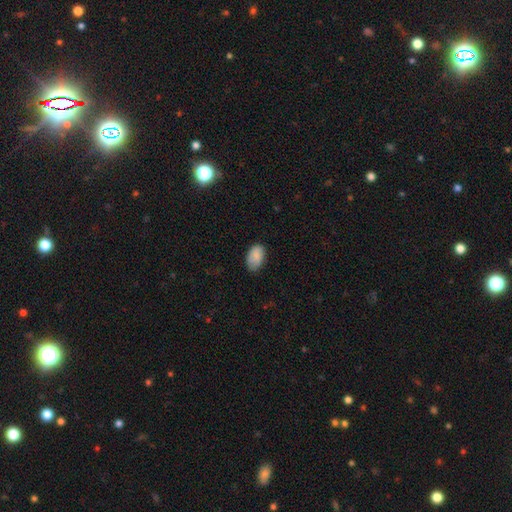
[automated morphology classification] Smooth or featured?
  - smooth: 86% *
  - star or artifact: 7%
  - featured or disk: 7%
How rounded?
  - in between: 91% *
  - round: 7%
  - cigar-shaped: 1%
Merging?
  - none: 72% *
  - minor disturbance: 23%
  - major disturbance: 4%
  - merger: 1%